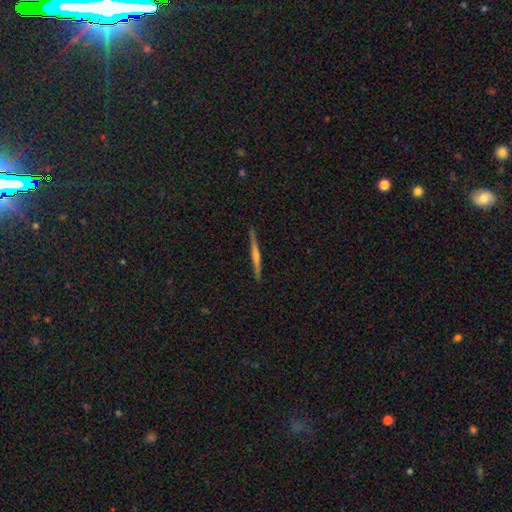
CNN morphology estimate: Smooth or featured: featured or disk — 74% (smooth — 19%)
Edge-on disk: yes — 98% (no — 2%)
Edge-on bulge: rounded — 66% (none — 24%)
Merging: none — 92% (minor disturbance — 6%)